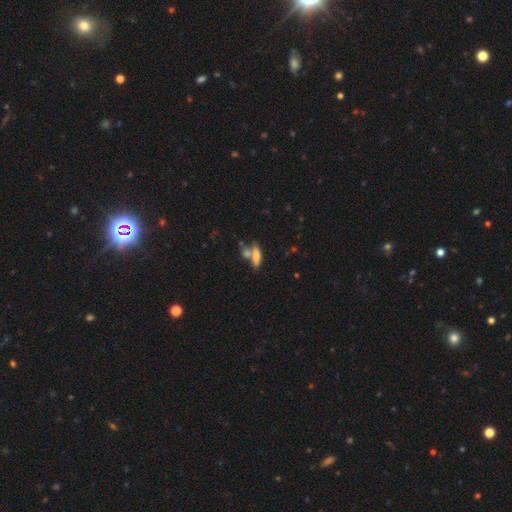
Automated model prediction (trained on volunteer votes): A smooth galaxy with no disk features (70%) that is in between round and cigar-shaped (49%). Merging: none (43%).